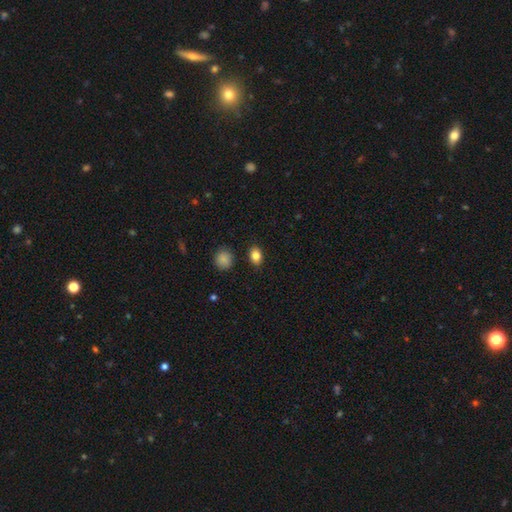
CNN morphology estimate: smooth 84%, star or artifact 10%, featured or disk 6%. Down the decision tree: how rounded — in between (70%); merging — none (87%).